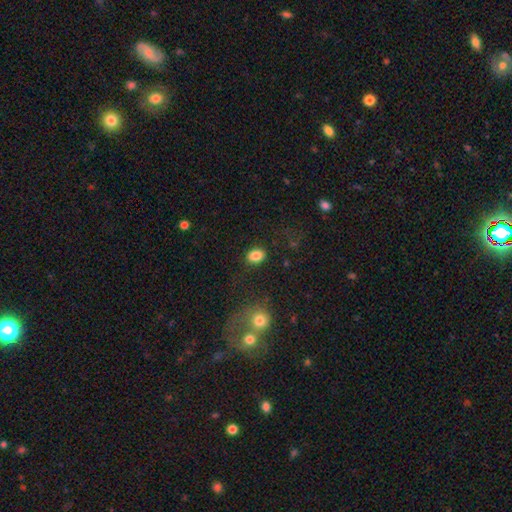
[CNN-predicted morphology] A smooth galaxy with no disk features (86%) that is in between round and cigar-shaped (72%).

Vote fractions:
- Smooth or featured? smooth: 86% / star or artifact: 9% / featured or disk: 5%
- How rounded? in between: 72% / round: 27% / cigar-shaped: 1%
- Merging? none: 84% / minor disturbance: 10% / major disturbance: 4% / merger: 2%